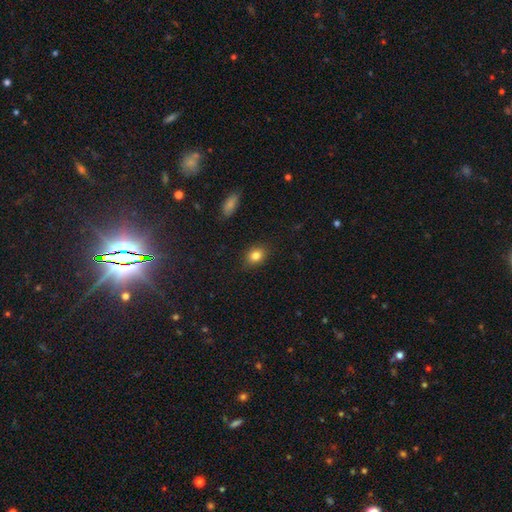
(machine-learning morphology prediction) smooth_or_featured: smooth (p=0.83) [alt: star or artifact p=0.10]
how_rounded: in between (p=0.59) [alt: round p=0.39]
merging: none (p=0.86) [alt: minor disturbance p=0.11]